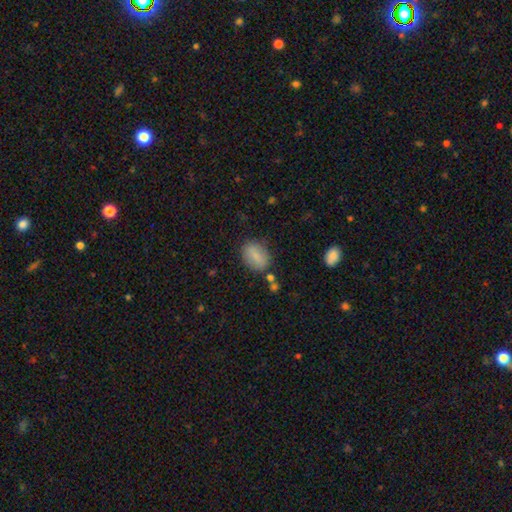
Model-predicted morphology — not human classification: A smooth galaxy with no disk features (82%) that is in between round and cigar-shaped (77%). Merging: none (76%).